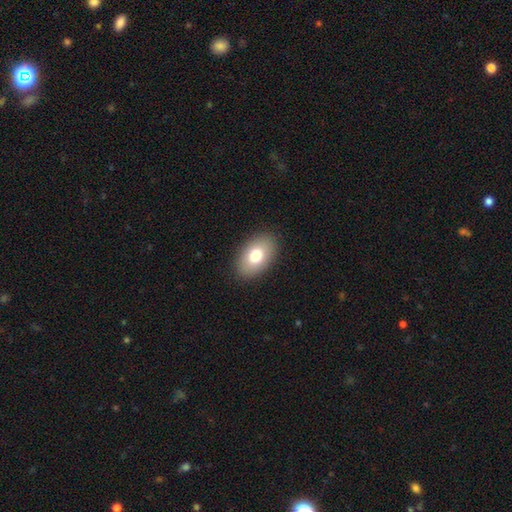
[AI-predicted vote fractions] Smooth or featured? Predicted: smooth (p=0.76). How rounded? Predicted: in between (p=0.91). Merging? Predicted: none (p=0.89).